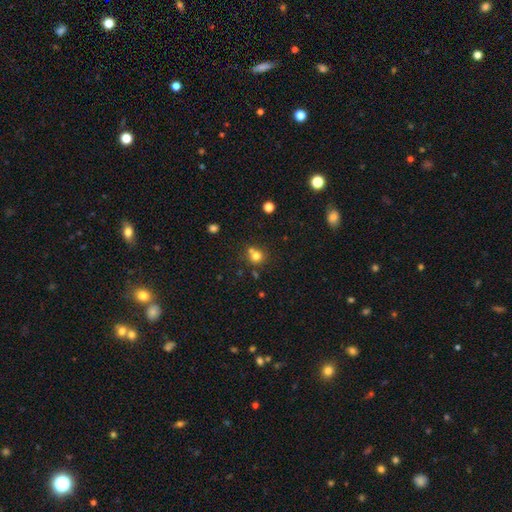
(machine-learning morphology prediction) This is likely a smooth galaxy (75%). How rounded: clearly round (86%). Merging: possibly none (55%).